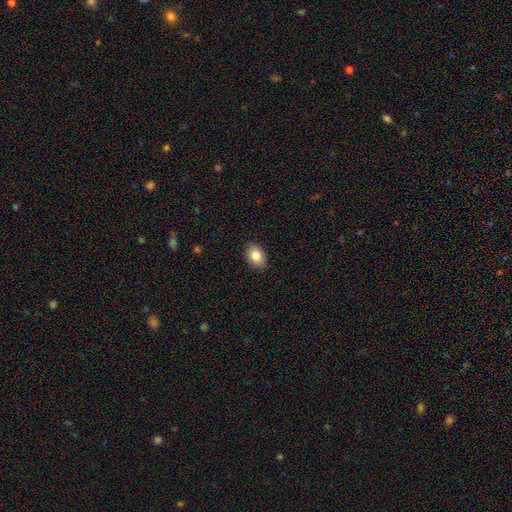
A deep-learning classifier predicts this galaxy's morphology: This is clearly a smooth galaxy (84%). How rounded: clearly in between (80%). Merging: clearly none (89%).